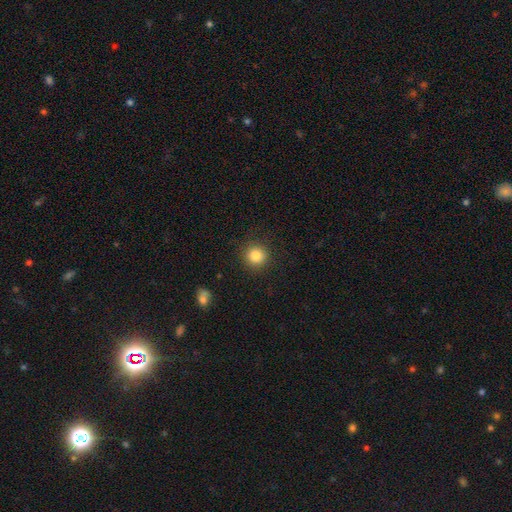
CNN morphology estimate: Smooth or featured?
  - smooth: 84% *
  - star or artifact: 11%
  - featured or disk: 5%
How rounded?
  - round: 93% *
  - in between: 6%
  - cigar-shaped: 1%
Merging?
  - none: 90% *
  - minor disturbance: 7%
  - major disturbance: 2%
  - merger: 1%